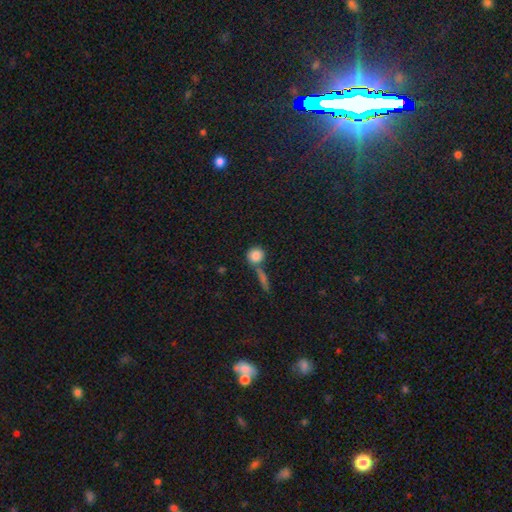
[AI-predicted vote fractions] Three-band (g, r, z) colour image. It shows a smooth galaxy with no disk features (83%) that is round (87%). Merging: none (60%).